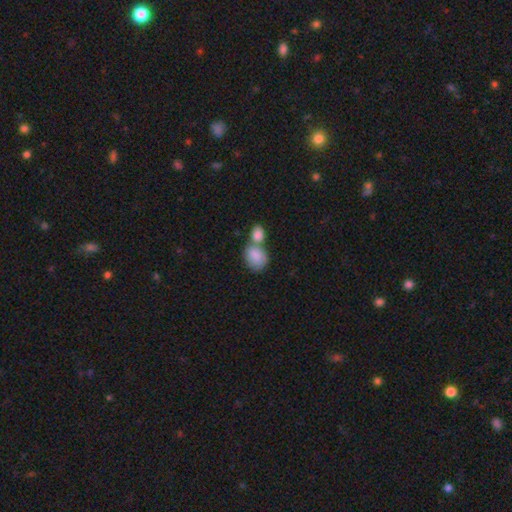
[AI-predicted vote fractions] Smooth or featured? Predicted: smooth (p=0.86). How rounded? Predicted: in between (p=0.60). Merging? Predicted: merger (p=0.59).